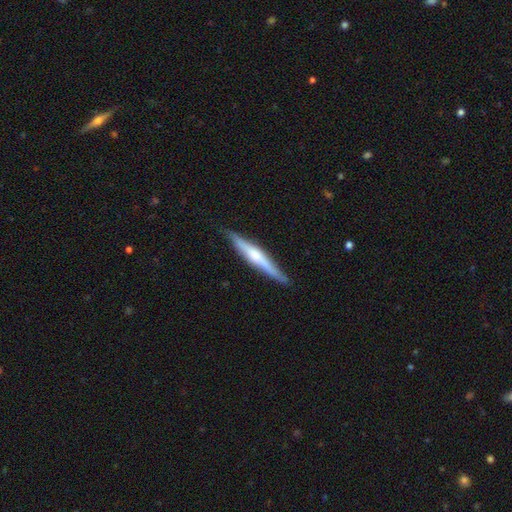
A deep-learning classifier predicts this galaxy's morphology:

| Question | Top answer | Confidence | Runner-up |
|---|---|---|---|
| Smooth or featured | featured or disk | 59% | smooth (36%) |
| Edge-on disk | yes | 97% | no (3%) |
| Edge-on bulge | rounded | 64% | none (20%) |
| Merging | none | 87% | minor disturbance (10%) |